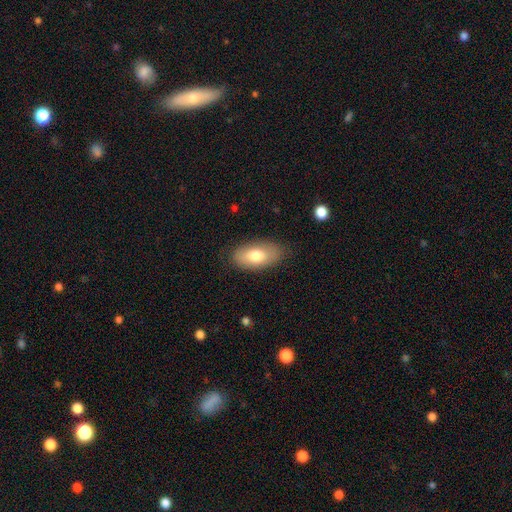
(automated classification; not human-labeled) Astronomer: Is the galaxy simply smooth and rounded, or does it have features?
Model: smooth — 75%.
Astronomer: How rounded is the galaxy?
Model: in between — 91%.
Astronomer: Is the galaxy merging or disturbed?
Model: none — 82%.